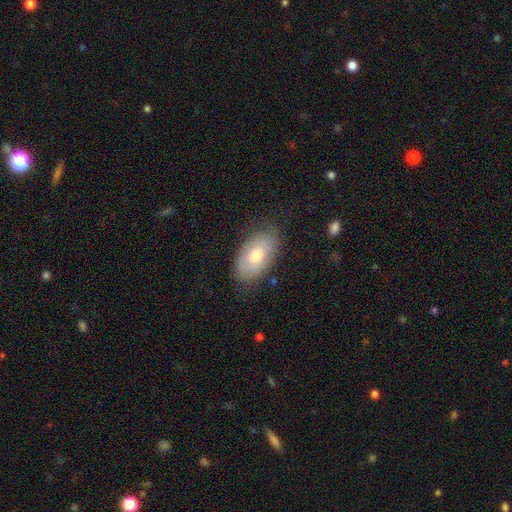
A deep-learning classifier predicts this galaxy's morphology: This appears to be a smooth galaxy with no disk features (64%) that is in between round and cigar-shaped (93%). Merging: none (76%).